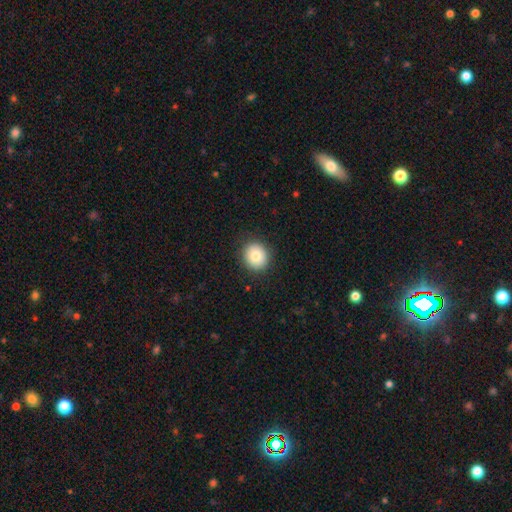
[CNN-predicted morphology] Smooth or featured?
  - smooth: 80% *
  - featured or disk: 10%
  - star or artifact: 9%
How rounded?
  - round: 86% *
  - in between: 14%
  - cigar-shaped: 1%
Merging?
  - none: 89% *
  - minor disturbance: 8%
  - major disturbance: 2%
  - merger: 1%